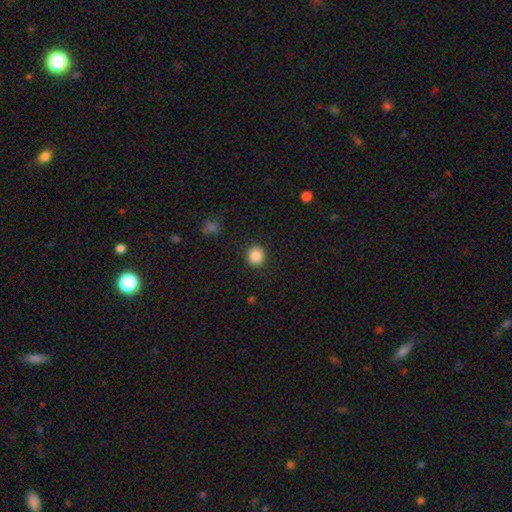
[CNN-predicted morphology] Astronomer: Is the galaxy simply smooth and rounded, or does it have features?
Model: smooth — 87%.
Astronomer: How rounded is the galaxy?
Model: round — 90%.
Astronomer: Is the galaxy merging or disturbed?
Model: none — 91%.